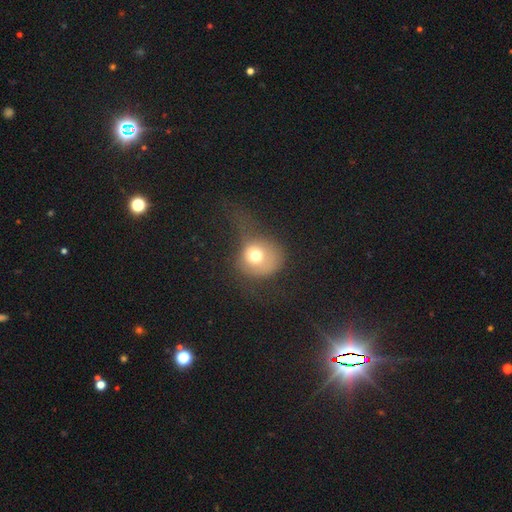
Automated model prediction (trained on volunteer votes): Q: Smooth or featured?
A: smooth (69%); runner-up: featured or disk (19%)
Q: How rounded?
A: round (82%); runner-up: in between (17%)
Q: Merging?
A: major disturbance (39%); runner-up: none (33%)